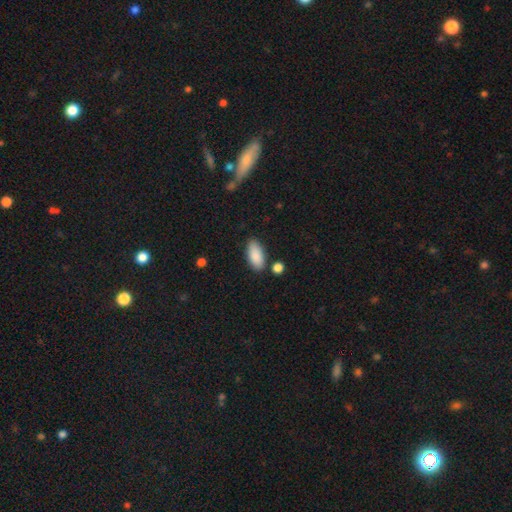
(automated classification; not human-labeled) Smooth or featured? smooth (89%)
How rounded? in between (90%)
Merging? none (80%)